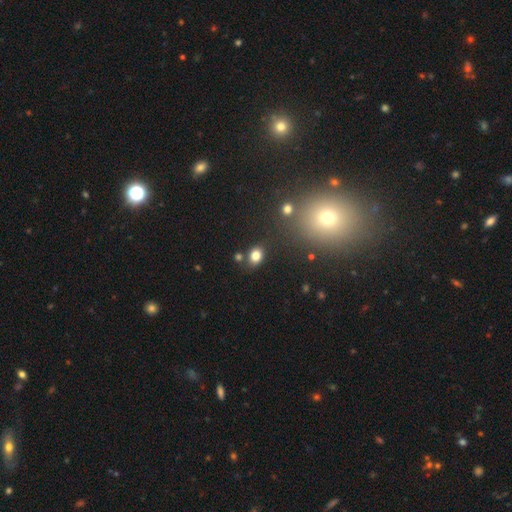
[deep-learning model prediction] This appears to be a smooth galaxy with no disk features (81%) that is in between round and cigar-shaped (64%). Merging: none (78%).